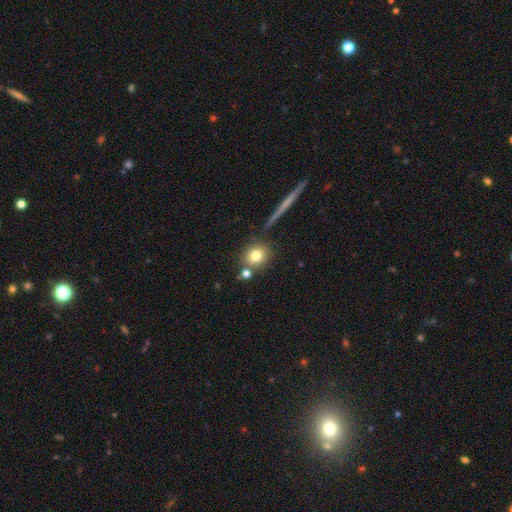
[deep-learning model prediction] Smooth or featured: smooth — 79% (featured or disk — 11%)
How rounded: round — 82% (in between — 16%)
Merging: none — 75% (merger — 12%)